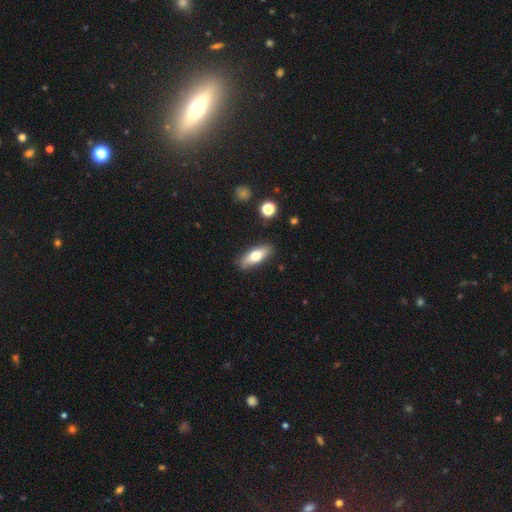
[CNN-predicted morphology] Smooth or featured? smooth (67%)
How rounded? in between (66%)
Merging? none (86%)